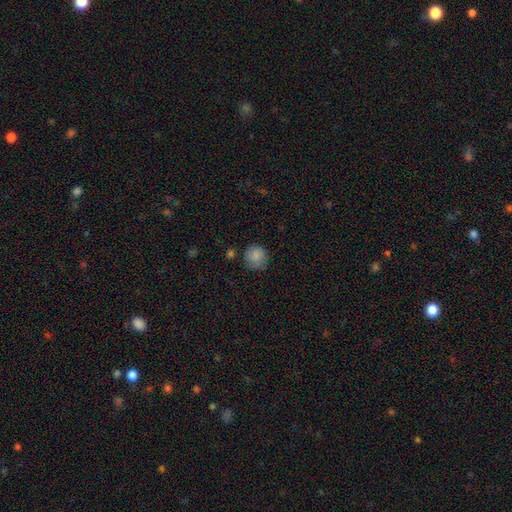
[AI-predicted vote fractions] A smooth galaxy with no disk features (83%) that is round (88%). Merging: none (70%).